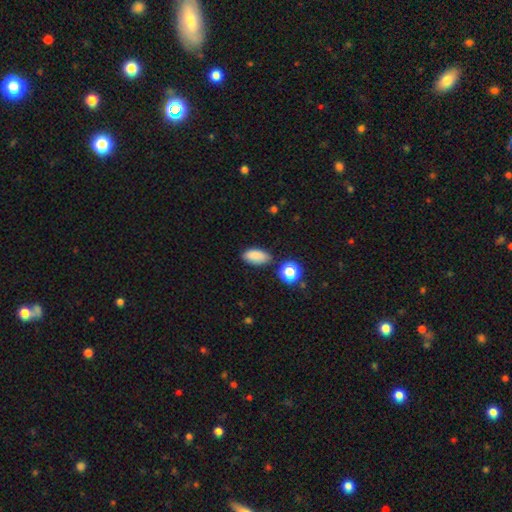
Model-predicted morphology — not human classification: smooth 86%, star or artifact 9%, featured or disk 5%. Down the decision tree: how rounded — in between (90%); merging — none (79%).